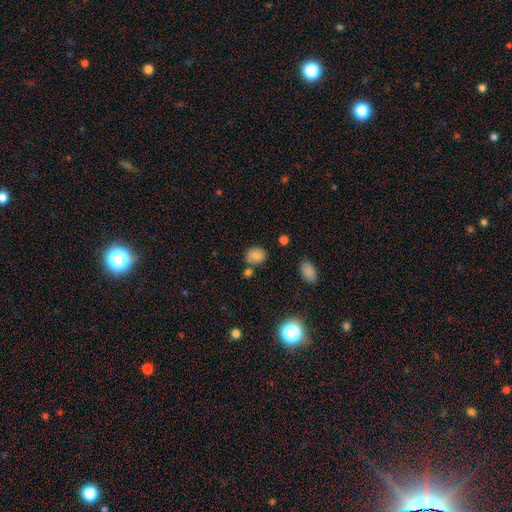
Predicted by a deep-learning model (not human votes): Q: Smooth or featured?
A: smooth (76%); runner-up: featured or disk (12%)
Q: How rounded?
A: round (57%); runner-up: in between (42%)
Q: Merging?
A: none (63%); runner-up: minor disturbance (19%)